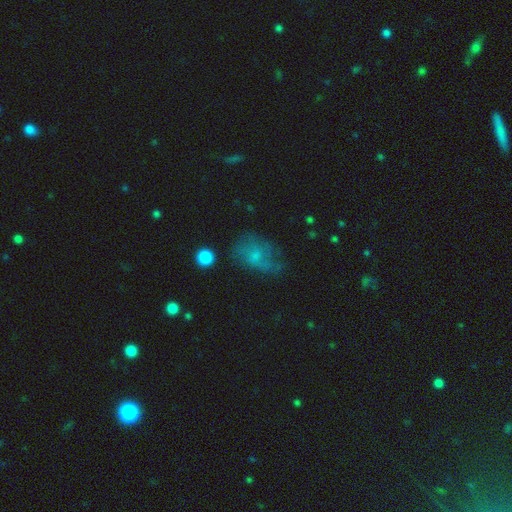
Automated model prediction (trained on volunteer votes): A smooth galaxy with no disk features (46%).

Vote fractions:
- Smooth or featured? smooth: 46% / featured or disk: 40% / star or artifact: 14%
- Merging? none: 46% / minor disturbance: 28% / major disturbance: 22% / merger: 3%